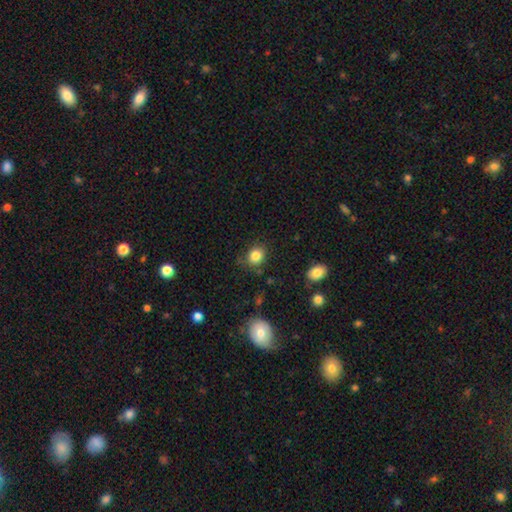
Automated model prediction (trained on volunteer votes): smooth-or-featured: smooth: 84% | star or artifact: 11% | featured or disk: 6%
  how-rounded: round: 70% | in between: 29% | cigar-shaped: 1%
  merging: none: 81% | minor disturbance: 13% | major disturbance: 4% | merger: 2%